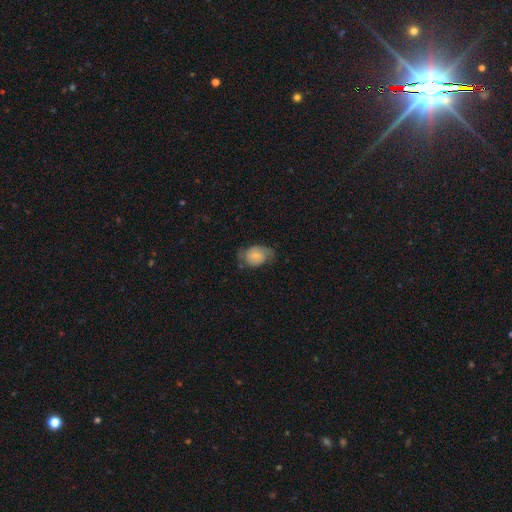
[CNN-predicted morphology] Smooth or featured?
  - smooth: 54% *
  - featured or disk: 38%
  - star or artifact: 8%
How rounded?
  - in between: 77% *
  - round: 22%
  - cigar-shaped: 1%
Merging?
  - none: 54% *
  - minor disturbance: 30%
  - major disturbance: 14%
  - merger: 2%